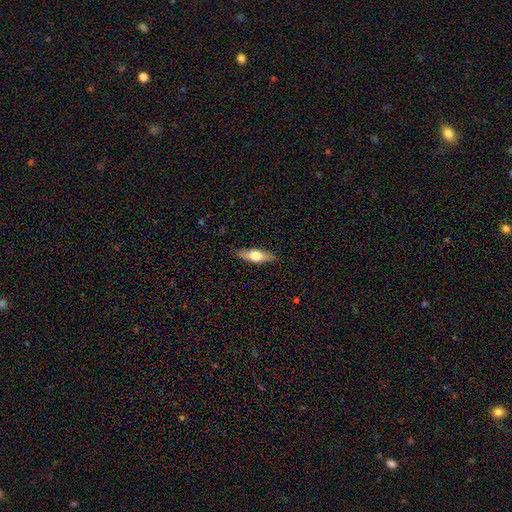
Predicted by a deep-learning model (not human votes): A smooth galaxy with no disk features (57%) that is in between round and cigar-shaped (52%).

Vote fractions:
- Smooth or featured? smooth: 57% / featured or disk: 37% / star or artifact: 6%
- How rounded? in between: 52% / cigar-shaped: 45% / round: 3%
- Merging? none: 86% / minor disturbance: 11% / major disturbance: 2% / merger: 1%